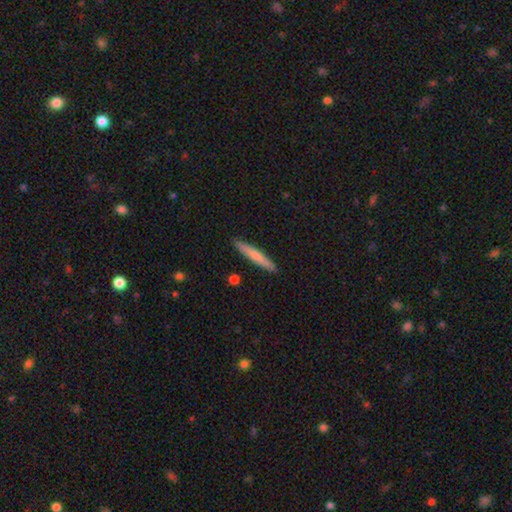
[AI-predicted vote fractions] Smooth or featured: smooth — 66% (featured or disk — 29%)
How rounded: cigar-shaped — 95% (in between — 4%)
Merging: none — 91% (minor disturbance — 7%)